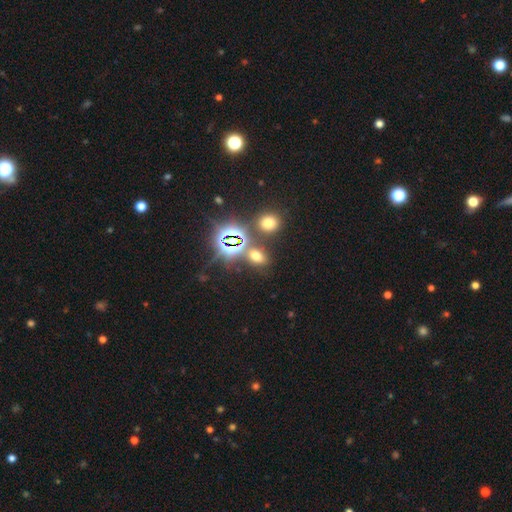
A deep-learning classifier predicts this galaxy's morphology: smooth 47%, star or artifact 44%, featured or disk 8%. Down the decision tree: merging — none (73%).